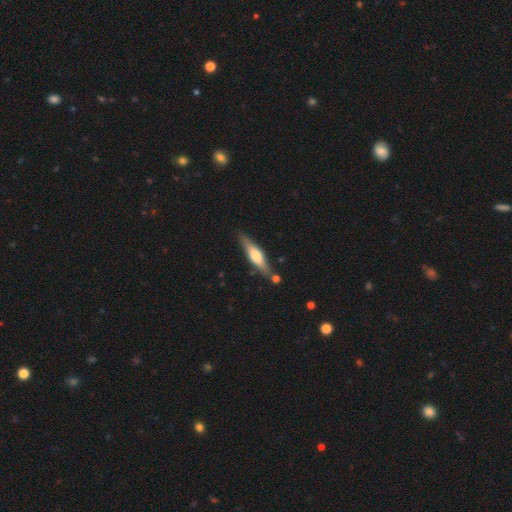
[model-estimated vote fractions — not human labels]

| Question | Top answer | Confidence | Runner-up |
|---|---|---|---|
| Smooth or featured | featured or disk | 53% | smooth (42%) |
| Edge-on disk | yes | 93% | no (7%) |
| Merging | none | 80% | minor disturbance (12%) |